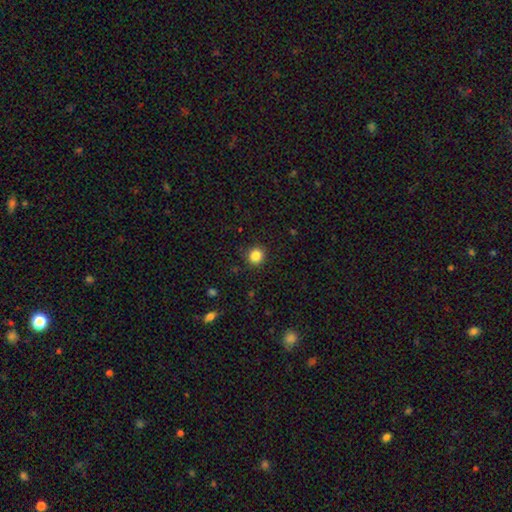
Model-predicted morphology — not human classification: smooth 85%, star or artifact 11%, featured or disk 4%. Down the decision tree: how rounded — round (91%); merging — none (90%).